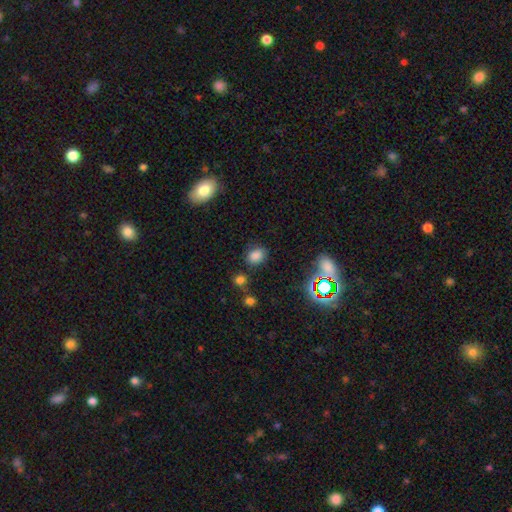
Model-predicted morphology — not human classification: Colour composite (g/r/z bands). It shows a smooth galaxy with no disk features (77%) that is in between round and cigar-shaped (57%). Merging: none (77%).